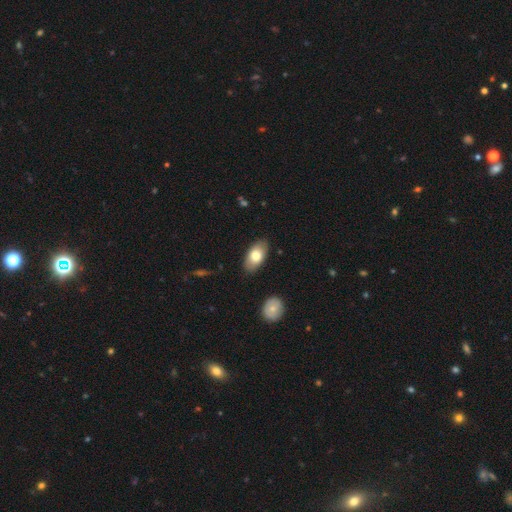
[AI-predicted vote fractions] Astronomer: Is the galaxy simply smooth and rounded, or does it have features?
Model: smooth — 77%.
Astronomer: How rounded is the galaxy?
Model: in between — 94%.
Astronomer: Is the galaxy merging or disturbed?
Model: none — 85%.